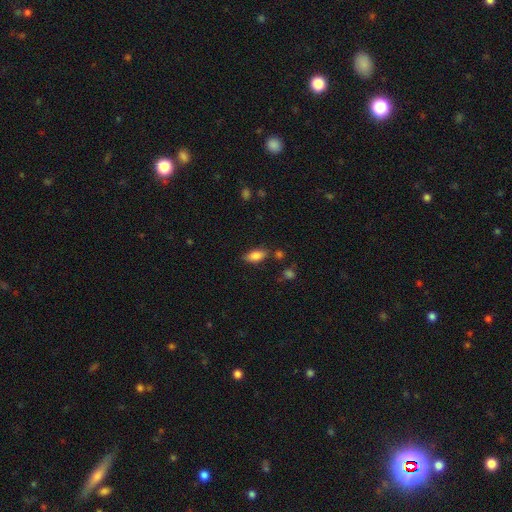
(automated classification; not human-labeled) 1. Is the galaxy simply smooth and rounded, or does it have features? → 84% smooth, 8% star or artifact, 8% featured or disk.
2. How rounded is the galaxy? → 88% in between, 8% cigar-shaped, 4% round.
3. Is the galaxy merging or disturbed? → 76% none, 16% minor disturbance, 4% merger, 4% major disturbance.